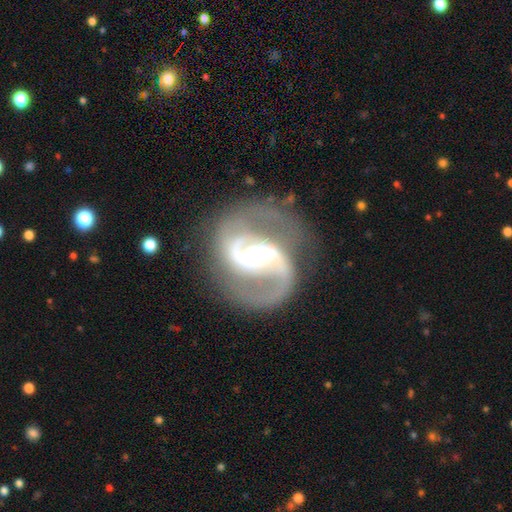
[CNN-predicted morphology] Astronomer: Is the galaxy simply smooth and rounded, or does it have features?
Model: featured or disk — 91%.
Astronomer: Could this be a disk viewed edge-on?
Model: no — 98%.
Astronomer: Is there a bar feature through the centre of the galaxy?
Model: weak — 39% (runner-up: strong, 37%).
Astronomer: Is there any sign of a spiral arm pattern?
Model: yes — 97%.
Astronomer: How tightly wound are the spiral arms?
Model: medium — 59%.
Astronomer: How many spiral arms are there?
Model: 2 — 92%.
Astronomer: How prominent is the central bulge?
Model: moderate — 65%.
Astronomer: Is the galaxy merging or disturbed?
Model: none — 75%.